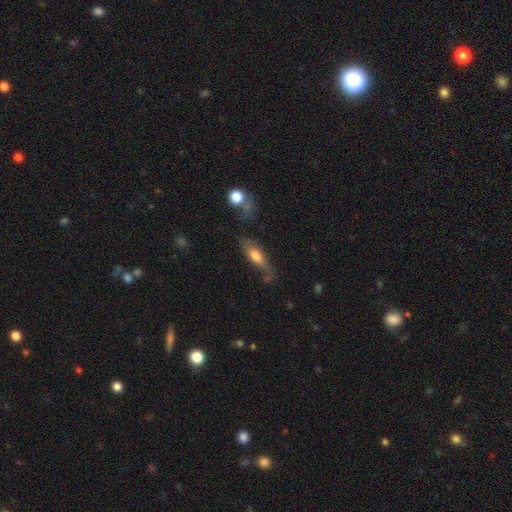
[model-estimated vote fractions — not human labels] Overall: smooth (57%; featured or disk 35%). How rounded: in between (58%; cigar-shaped 38%). Merging: none (52%; minor disturbance 25%).